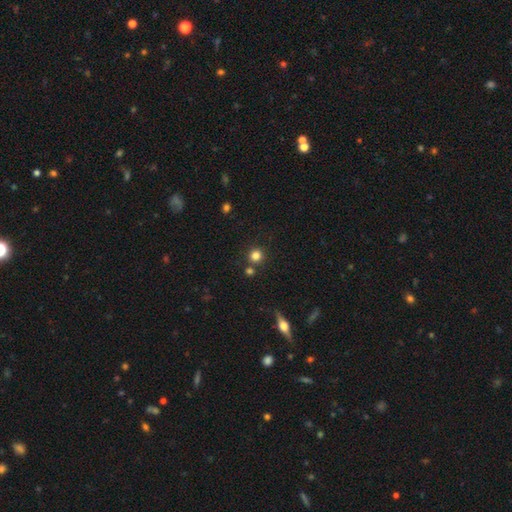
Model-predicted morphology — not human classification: Smooth or featured: smooth — 81% (star or artifact — 13%)
How rounded: round — 93% (in between — 6%)
Merging: none — 78% (merger — 12%)